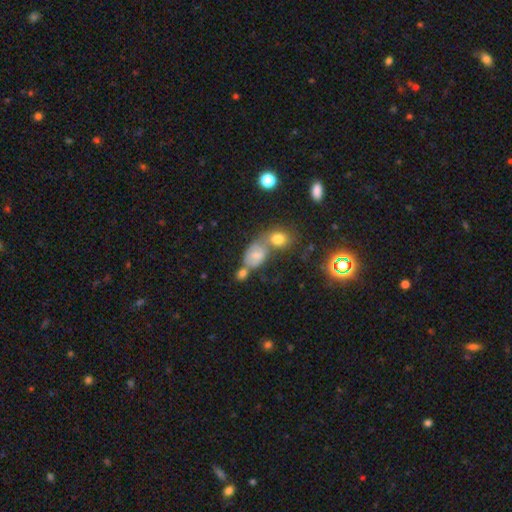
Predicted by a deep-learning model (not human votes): Smooth or featured? smooth (56%)
How rounded? in between (74%)
Merging? merger (47%)